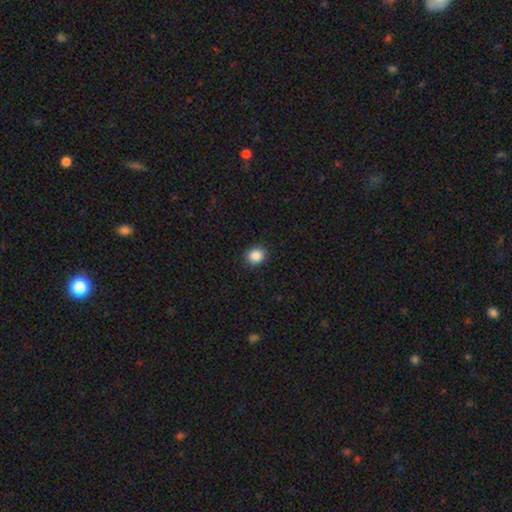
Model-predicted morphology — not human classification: A smooth galaxy with no disk features (88%) that is round (74%).

Vote fractions:
- Smooth or featured? smooth: 88% / star or artifact: 9% / featured or disk: 3%
- How rounded? round: 74% / in between: 25% / cigar-shaped: 1%
- Merging? none: 91% / minor disturbance: 6% / major disturbance: 2% / merger: 1%